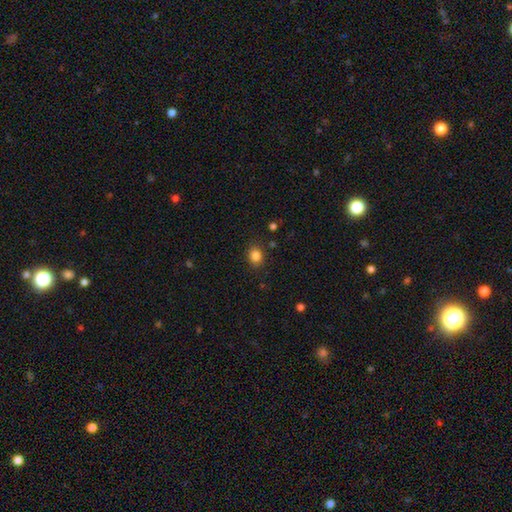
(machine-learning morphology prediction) This is clearly a smooth galaxy (84%). How rounded: possibly round (54%). Merging: clearly none (85%).